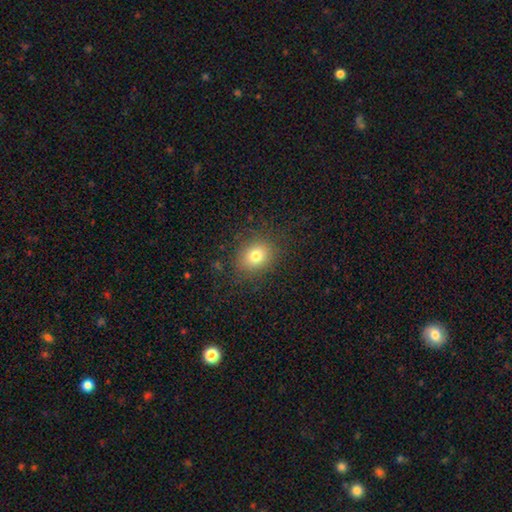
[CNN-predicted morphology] The model was most divided on "how rounded": round: 60%, in between: 39%, cigar-shaped: 1%. More confident: merging — none (84%); smooth or featured — smooth (78%).